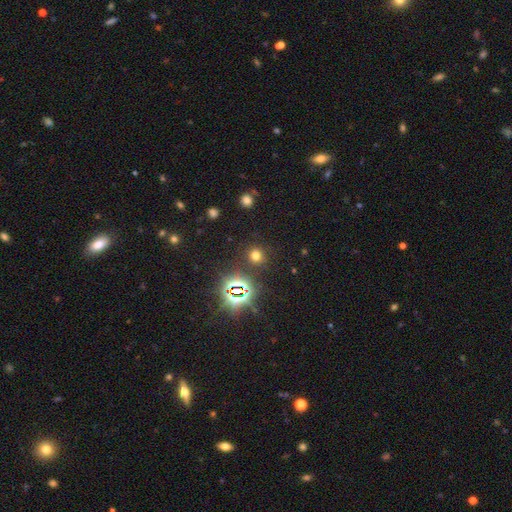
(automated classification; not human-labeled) smooth-or-featured: smooth: 62% | star or artifact: 31% | featured or disk: 7%
  how-rounded: round: 87% | in between: 12% | cigar-shaped: 1%
  merging: none: 87% | minor disturbance: 7% | major disturbance: 3% | merger: 3%